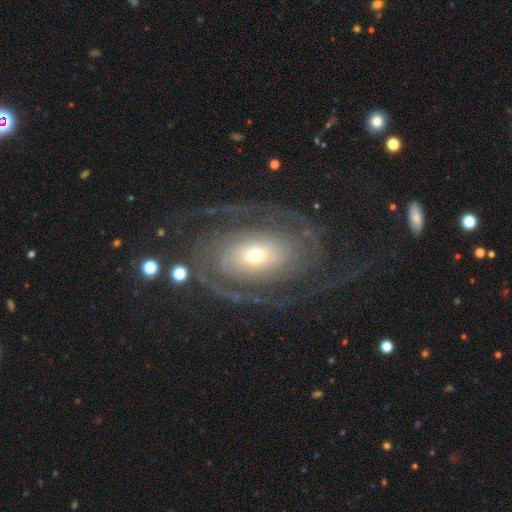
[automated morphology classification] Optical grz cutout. It shows a featured or disk galaxy (89%) with no bar (67%), 2 (75%) tight (57%) spiral arms (96%) and a small central bulge (52%). Merging: none (71%).